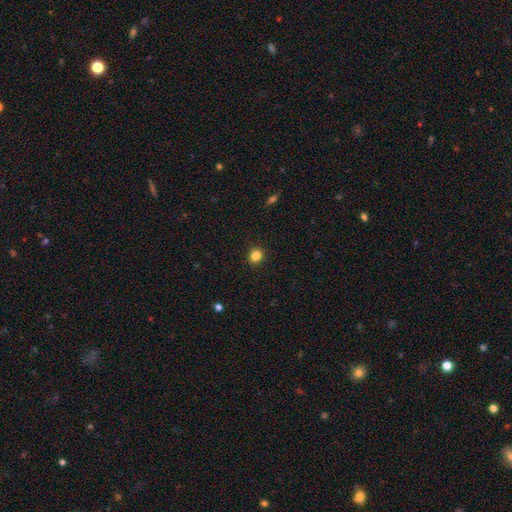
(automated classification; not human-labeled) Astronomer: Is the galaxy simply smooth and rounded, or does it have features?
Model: smooth — 84%.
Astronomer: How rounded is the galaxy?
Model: round — 83%.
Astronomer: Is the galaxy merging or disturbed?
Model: none — 91%.